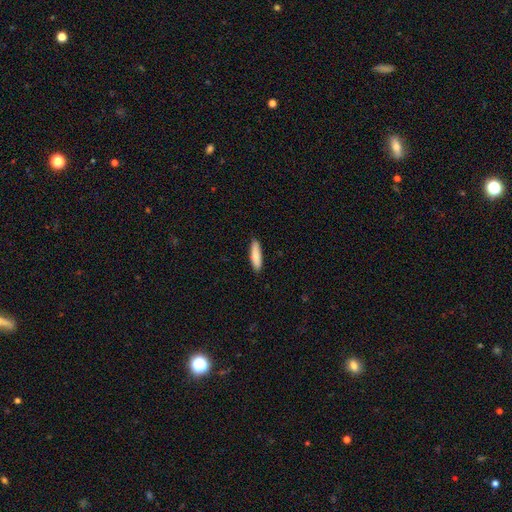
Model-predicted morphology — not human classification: The model was most divided on "how rounded": cigar-shaped: 71%, in between: 27%, round: 1%. More confident: merging — none (89%); smooth or featured — smooth (85%).